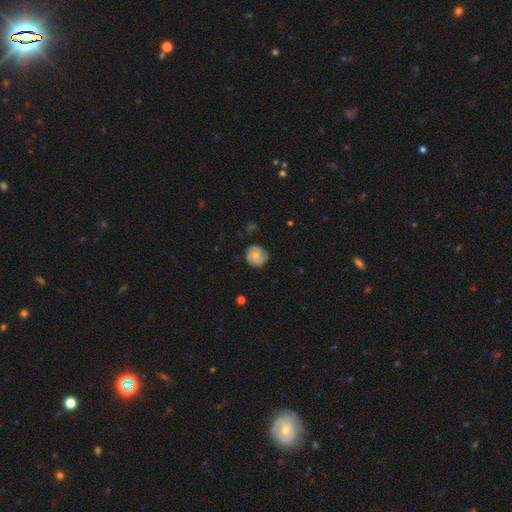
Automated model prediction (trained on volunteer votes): The model was most divided on "smooth or featured": smooth: 52%, featured or disk: 41%, star or artifact: 8%. More confident: how rounded — round (86%); merging — none (78%).